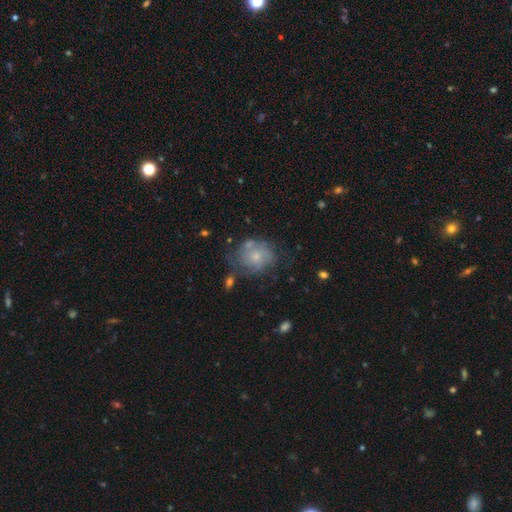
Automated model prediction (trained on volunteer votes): Smooth or featured?
  - featured or disk: 63% *
  - smooth: 28%
  - star or artifact: 9%
Edge-on disk?
  - no: 98% *
  - yes: 2%
Bar?
  - no: 80% *
  - weak: 18%
  - strong: 2%
Spiral arms?
  - yes: 80% *
  - no: 20%
Bulge size?
  - small: 63% *
  - moderate: 29%
  - none: 5%
  - large: 2%
  - dominant: 1%
Merging?
  - none: 56% *
  - minor disturbance: 24%
  - major disturbance: 14%
  - merger: 7%